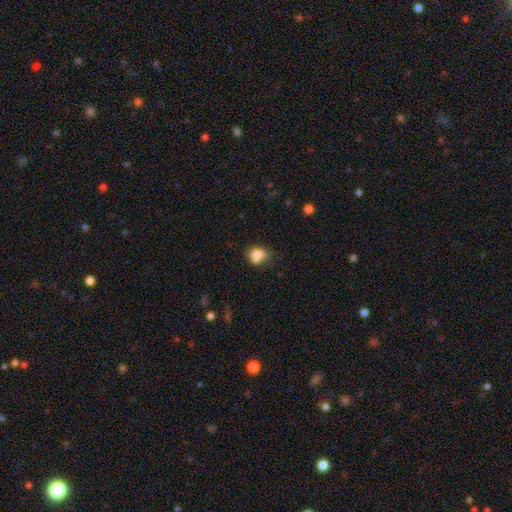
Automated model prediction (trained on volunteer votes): This is likely a smooth galaxy (78%). How rounded: possibly round (52%). Merging: marginally none (42%).